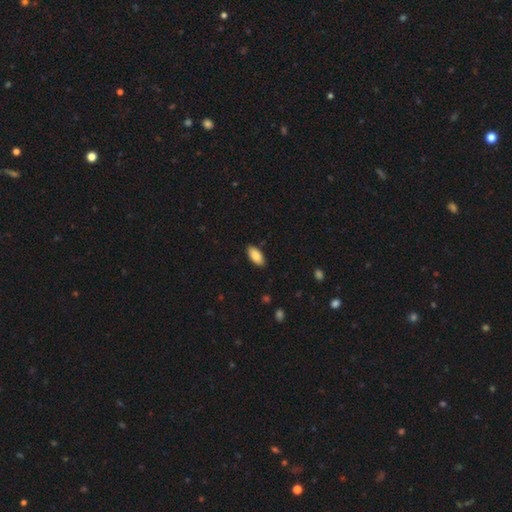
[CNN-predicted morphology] Q: Smooth or featured?
A: smooth (86%); runner-up: featured or disk (8%)
Q: How rounded?
A: in between (92%); runner-up: cigar-shaped (6%)
Q: Merging?
A: none (89%); runner-up: minor disturbance (9%)